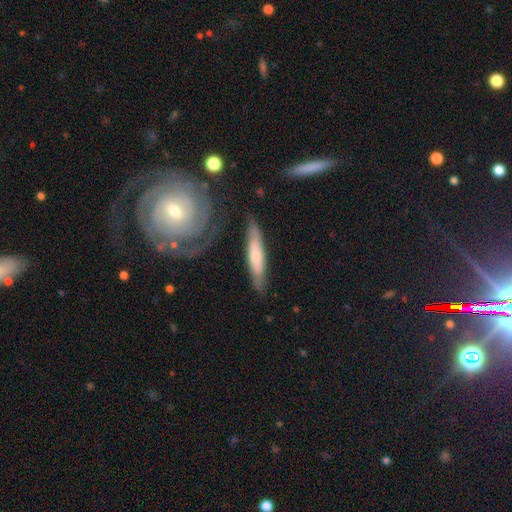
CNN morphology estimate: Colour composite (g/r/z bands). It shows a smooth galaxy with no disk features (53%) that is cigar-shaped (86%). Merging: none (75%).